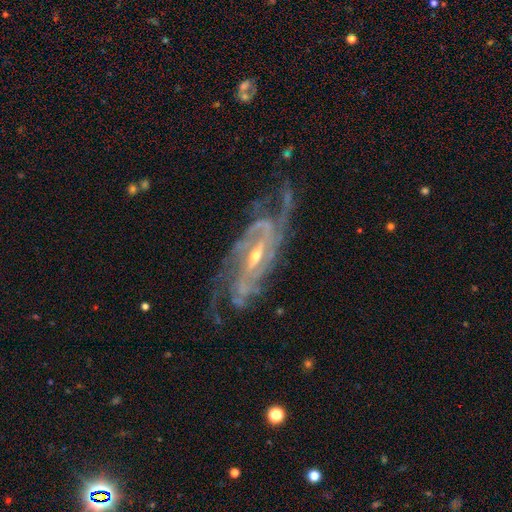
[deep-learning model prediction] Overall: featured or disk (92%). Edge-on disk: no (93%). Bar: weak (40%; strong 34%). Spiral arms: yes (98%). Spiral arm count: 3 (28%; 2 24%). Spiral winding: tight (48%; medium 41%). Bulge size: small (61%; moderate 35%). Merging: none (69%).